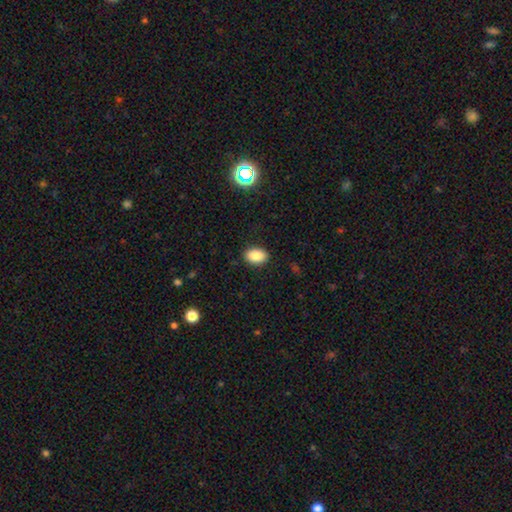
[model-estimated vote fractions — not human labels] The model was most divided on "how rounded": in between: 87%, round: 12%, cigar-shaped: 1%. More confident: merging — none (88%); smooth or featured — smooth (87%).